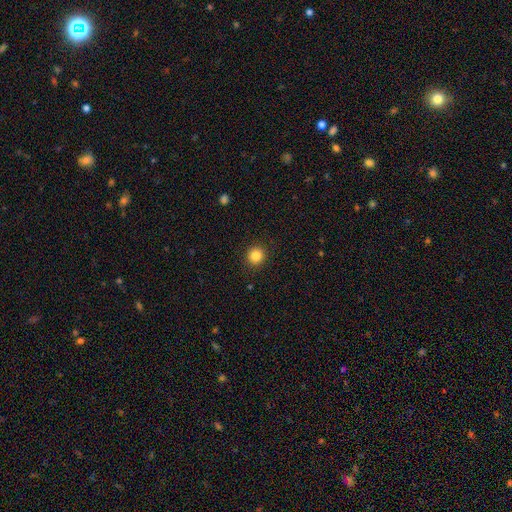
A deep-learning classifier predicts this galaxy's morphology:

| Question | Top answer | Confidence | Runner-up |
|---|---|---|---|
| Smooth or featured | smooth | 85% | star or artifact (11%) |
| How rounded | round | 91% | in between (8%) |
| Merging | none | 91% | minor disturbance (6%) |